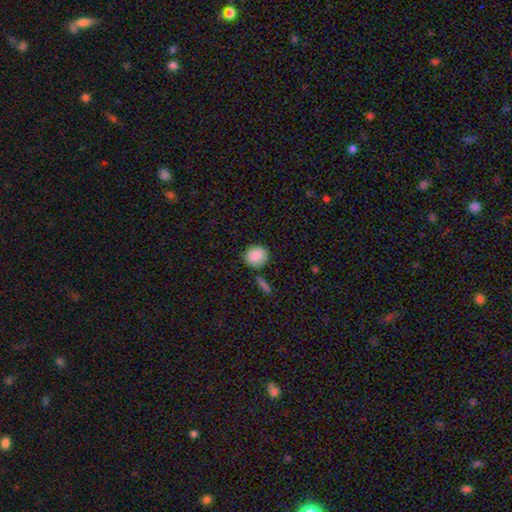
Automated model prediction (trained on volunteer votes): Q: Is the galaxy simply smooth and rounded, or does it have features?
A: smooth — 88%.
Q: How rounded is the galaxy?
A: round — 83%.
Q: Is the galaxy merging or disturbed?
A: none — 80%.